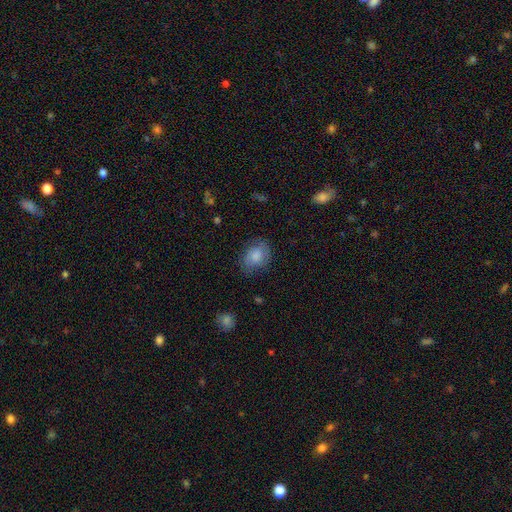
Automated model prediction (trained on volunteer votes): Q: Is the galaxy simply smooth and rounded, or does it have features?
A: smooth — 74%.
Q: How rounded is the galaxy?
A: in between — 65%.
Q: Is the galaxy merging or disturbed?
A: none — 68%.